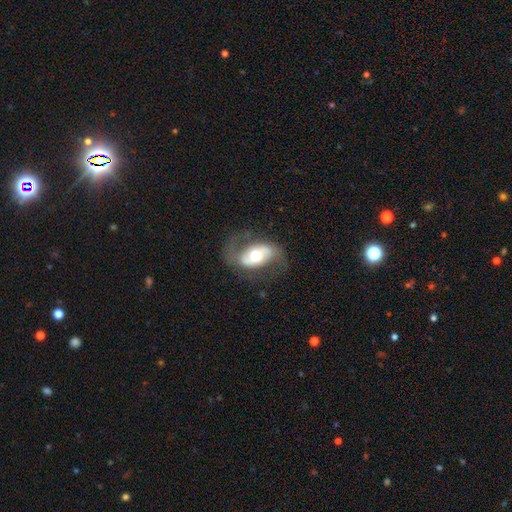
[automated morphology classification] Q: Smooth or featured?
A: featured or disk (74%); runner-up: smooth (20%)
Q: Edge-on disk?
A: no (95%); runner-up: yes (5%)
Q: Bar?
A: no (41%); runner-up: weak (32%)
Q: Spiral arms?
A: yes (83%); runner-up: no (17%)
Q: Spiral winding?
A: loose (46%); runner-up: medium (41%)
Q: Spiral arm count?
A: 2 (89%); runner-up: can't tell (5%)
Q: Bulge size?
A: moderate (68%); runner-up: large (19%)
Q: Merging?
A: none (67%); runner-up: minor disturbance (17%)